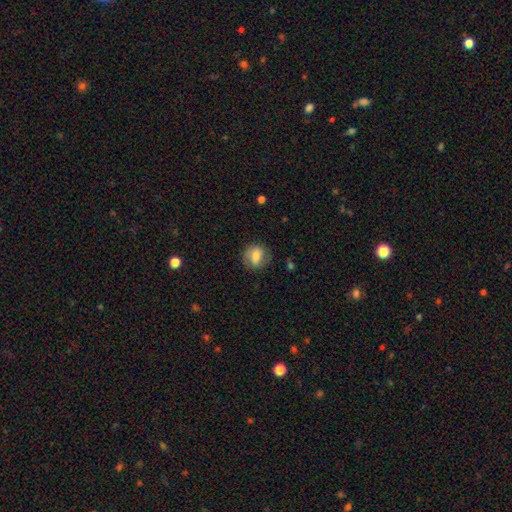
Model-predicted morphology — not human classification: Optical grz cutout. It shows a smooth galaxy with no disk features (66%) that is round (54%). Merging: none (72%).